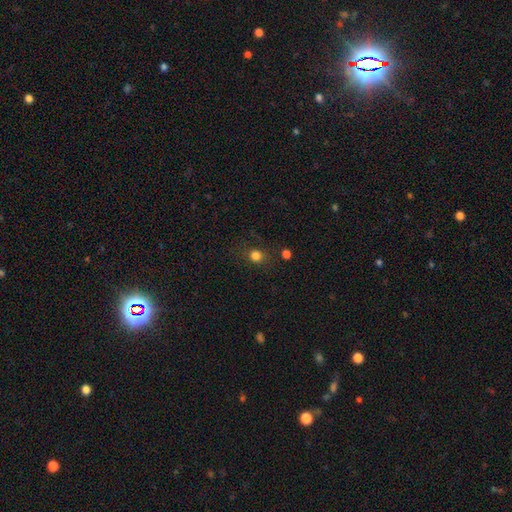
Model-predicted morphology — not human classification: Q: Smooth or featured?
A: smooth (79%); runner-up: star or artifact (15%)
Q: How rounded?
A: round (79%); runner-up: in between (19%)
Q: Merging?
A: none (80%); runner-up: minor disturbance (12%)